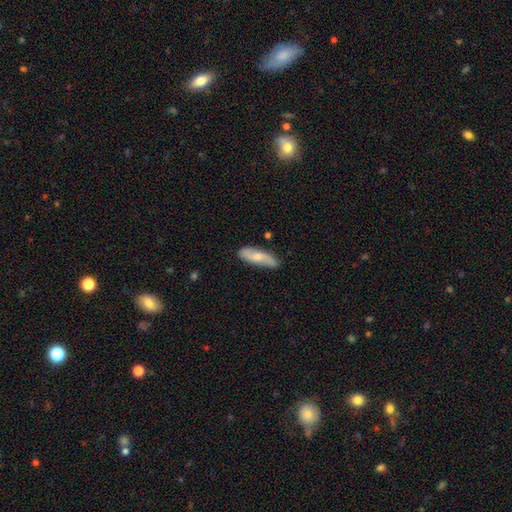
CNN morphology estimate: Smooth or featured? smooth (47%, tied with featured or disk)
Merging? none (78%)